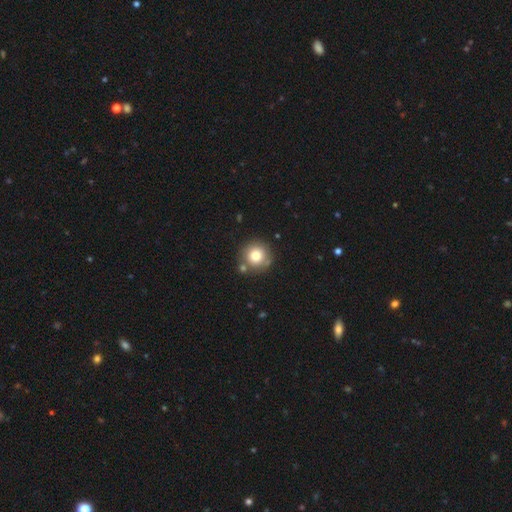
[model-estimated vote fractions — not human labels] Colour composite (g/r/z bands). It shows a smooth galaxy with no disk features (78%) that is round (94%). Merging: none (77%).